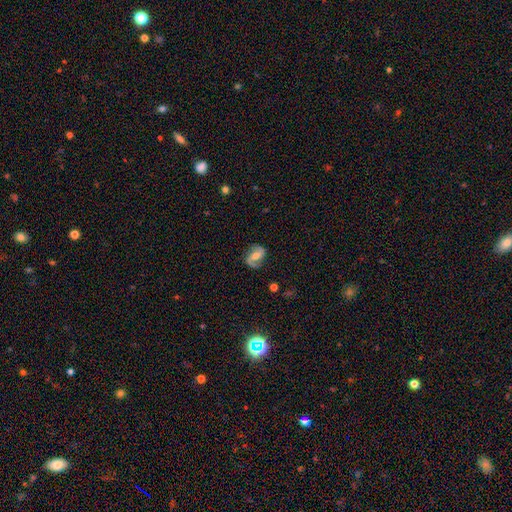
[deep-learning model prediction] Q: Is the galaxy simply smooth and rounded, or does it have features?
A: featured or disk — 84%.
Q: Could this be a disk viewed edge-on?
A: no — 98%.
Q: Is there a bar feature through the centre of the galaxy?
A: weak — 44%.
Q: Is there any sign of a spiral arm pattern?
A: yes — 96%.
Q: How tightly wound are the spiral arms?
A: medium — 48%.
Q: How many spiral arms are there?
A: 2 — 92%.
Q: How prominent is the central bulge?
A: moderate — 56%.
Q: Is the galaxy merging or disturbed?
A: none — 81%.